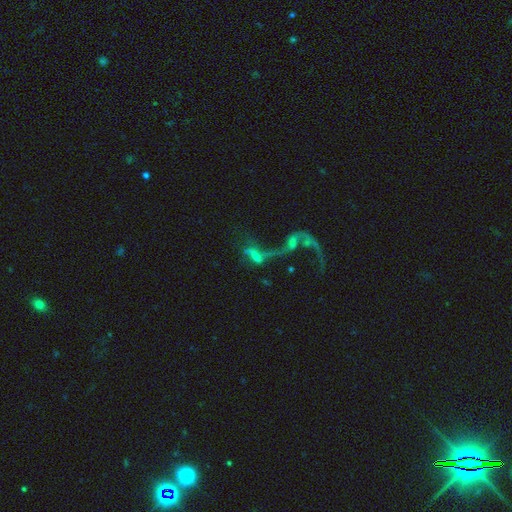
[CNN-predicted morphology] smooth_or_featured: featured or disk (p=0.51) [alt: smooth p=0.31]
disk_edge_on: no (p=0.89) [alt: yes p=0.11]
merging: merger (p=0.58) [alt: major disturbance p=0.25]